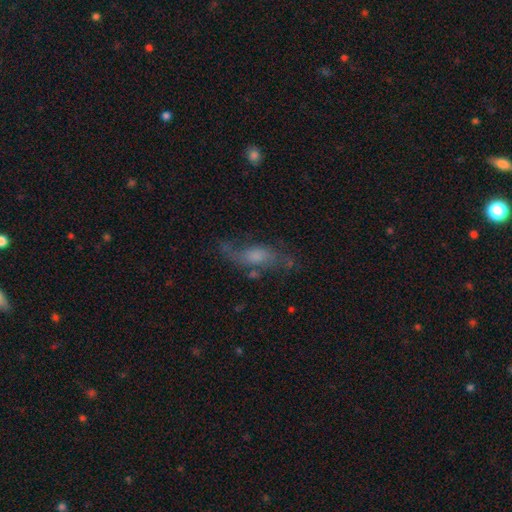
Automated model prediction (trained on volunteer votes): A featured or disk galaxy (58%).

Vote fractions:
- Smooth or featured? featured or disk: 58% / smooth: 30% / star or artifact: 11%
- Edge-on disk? no: 84% / yes: 16%
- Merging? none: 56% / minor disturbance: 21% / major disturbance: 19% / merger: 4%